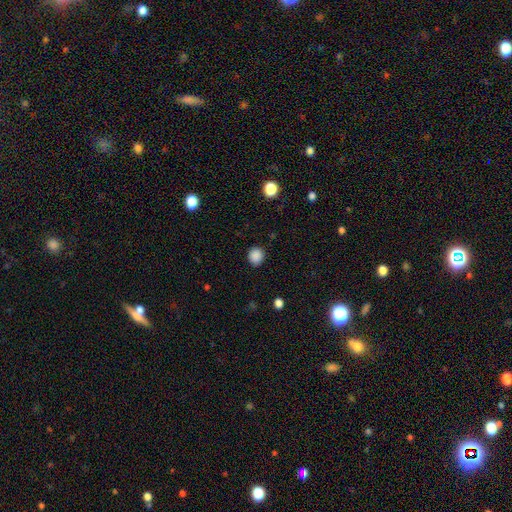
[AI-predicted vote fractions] The model was most divided on "how rounded": round: 82%, in between: 17%, cigar-shaped: 1%. More confident: merging — none (89%); smooth or featured — smooth (88%).